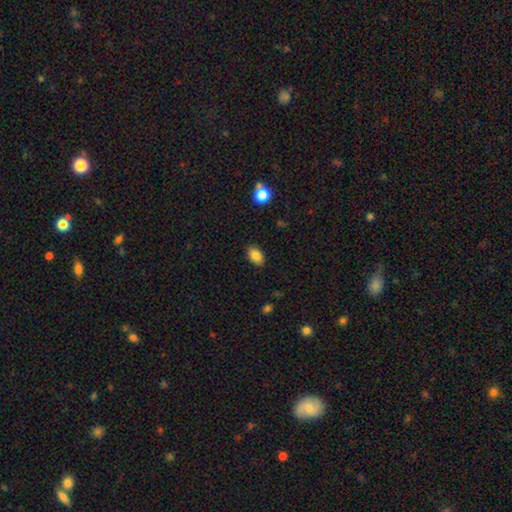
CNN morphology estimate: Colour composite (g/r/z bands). It shows a smooth galaxy with no disk features (84%) that is in between round and cigar-shaped (89%). Merging: none (88%).